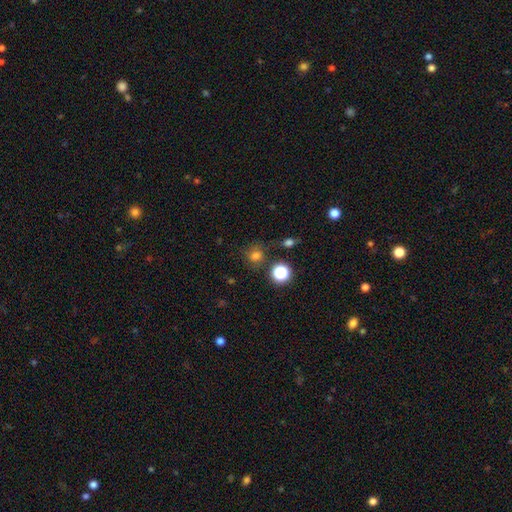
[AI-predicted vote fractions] Smooth or featured? Predicted: smooth (p=0.70). How rounded? Predicted: round (p=0.77). Merging? Predicted: none (p=0.64).